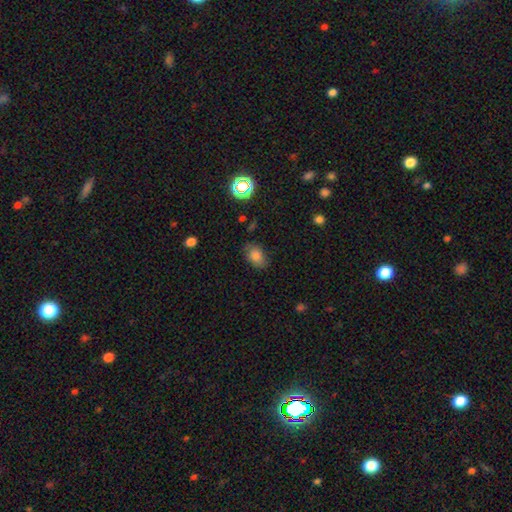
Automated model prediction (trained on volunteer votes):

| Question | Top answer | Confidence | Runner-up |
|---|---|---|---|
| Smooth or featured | smooth | 79% | star or artifact (13%) |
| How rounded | in between | 81% | round (18%) |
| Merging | none | 76% | minor disturbance (18%) |